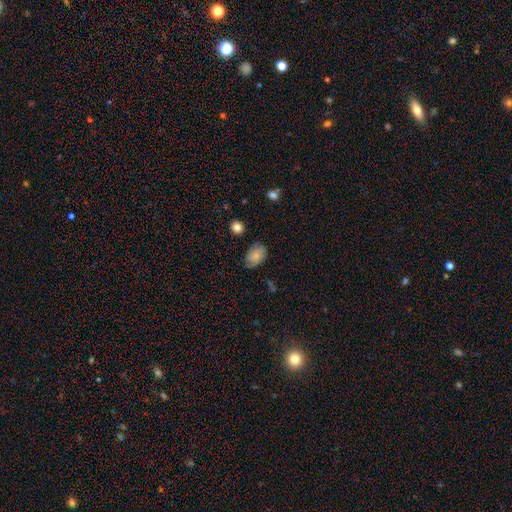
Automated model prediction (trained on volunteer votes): Smooth or featured: smooth — 65% (featured or disk — 27%)
How rounded: in between — 84% (round — 15%)
Merging: none — 71% (minor disturbance — 22%)